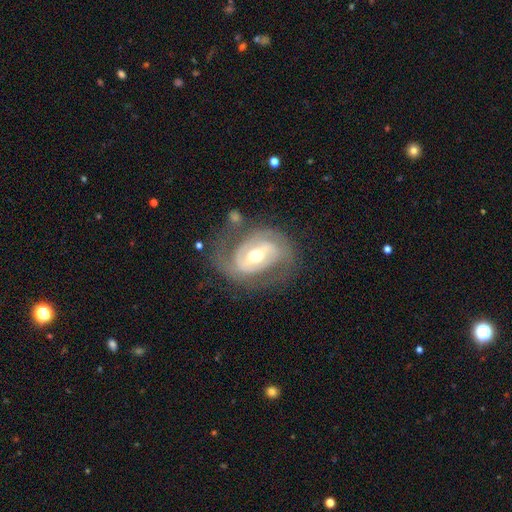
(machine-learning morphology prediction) This is clearly a featured or disk galaxy (83%). It is clearly not viewed edge-on (96%). Bar: marginally strong (44%). Spiral arm pattern: clearly yes (86%). Spiral arm count: likely 2 (74%). Spiral winding: marginally tight (43%). Central bulge: likely moderate (65%). Merging: likely none (61%).